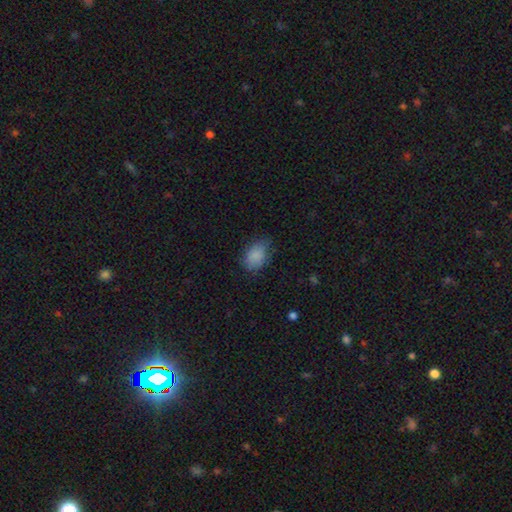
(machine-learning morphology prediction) smooth_or_featured: smooth (p=0.86) [alt: star or artifact p=0.08]
how_rounded: in between (p=0.82) [alt: round p=0.17]
merging: none (p=0.69) [alt: minor disturbance p=0.24]